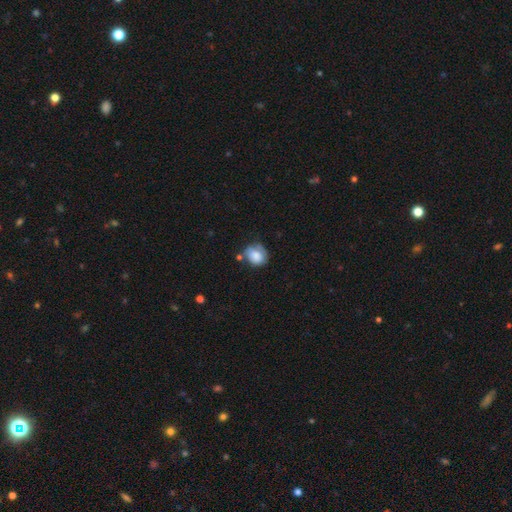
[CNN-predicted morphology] Smooth or featured: smooth — 78% (featured or disk — 14%)
How rounded: round — 62% (in between — 37%)
Merging: none — 51% (minor disturbance — 30%)